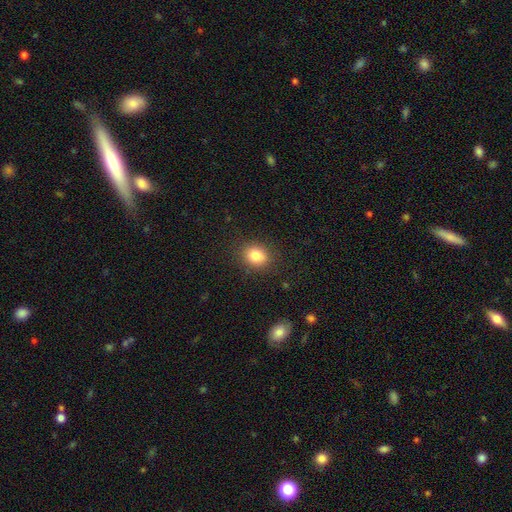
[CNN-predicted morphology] Q: Smooth or featured?
A: smooth (82%); runner-up: star or artifact (11%)
Q: How rounded?
A: round (61%); runner-up: in between (38%)
Q: Merging?
A: none (87%); runner-up: minor disturbance (9%)